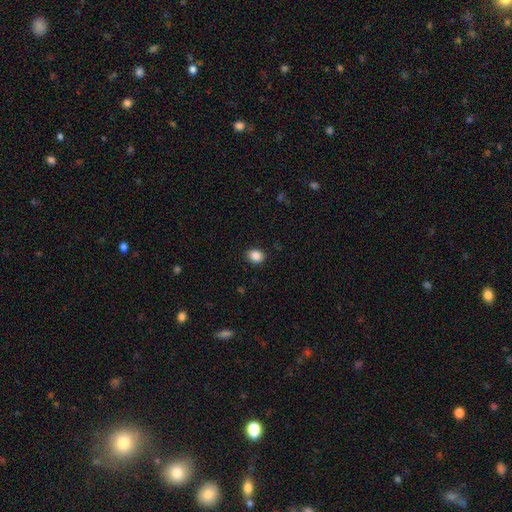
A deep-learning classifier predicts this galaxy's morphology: smooth 87%, star or artifact 9%, featured or disk 4%. Down the decision tree: how rounded — round (55%); merging — none (90%).